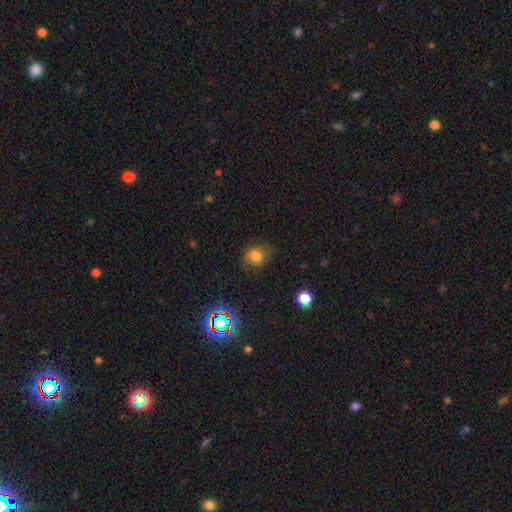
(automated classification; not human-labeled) smooth_or_featured: smooth (p=0.76) [alt: star or artifact p=0.15]
how_rounded: round (p=0.76) [alt: in between p=0.23]
merging: none (p=0.74) [alt: minor disturbance p=0.18]